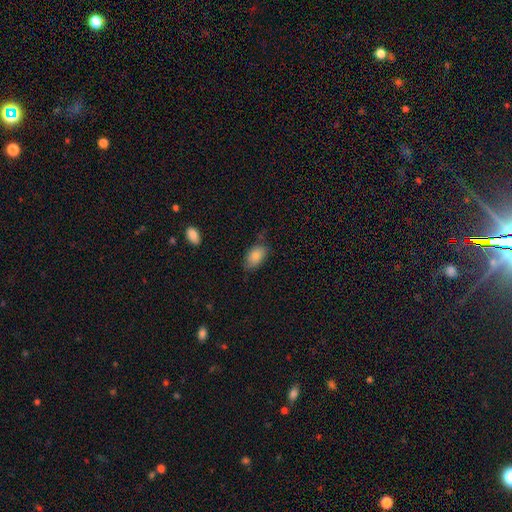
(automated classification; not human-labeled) A smooth galaxy with no disk features (84%) that is in between round and cigar-shaped (91%).

Vote fractions:
- Smooth or featured? smooth: 84% / featured or disk: 9% / star or artifact: 7%
- How rounded? in between: 91% / round: 8% / cigar-shaped: 2%
- Merging? none: 70% / minor disturbance: 24% / major disturbance: 4% / merger: 2%